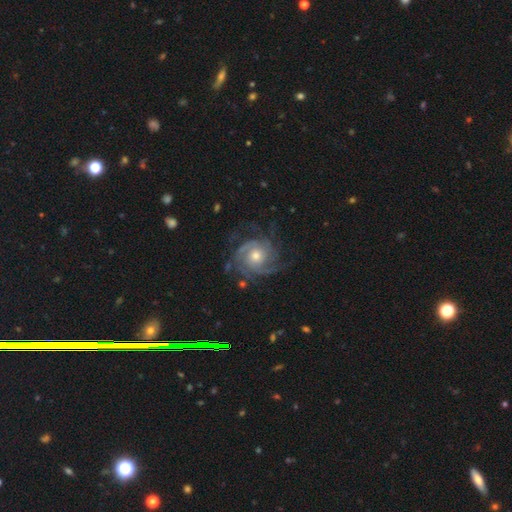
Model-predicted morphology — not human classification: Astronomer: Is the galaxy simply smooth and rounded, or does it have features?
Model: featured or disk — 87%.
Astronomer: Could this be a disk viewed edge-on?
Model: no — 98%.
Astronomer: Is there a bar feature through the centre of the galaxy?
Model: no — 77%.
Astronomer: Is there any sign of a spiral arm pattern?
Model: yes — 96%.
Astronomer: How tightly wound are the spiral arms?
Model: tight — 58% (runner-up: medium, 33%).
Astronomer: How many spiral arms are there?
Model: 3 — 32% (runner-up: can't tell, 22%).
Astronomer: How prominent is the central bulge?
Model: moderate — 65%.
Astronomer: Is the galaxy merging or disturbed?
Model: none — 70%.